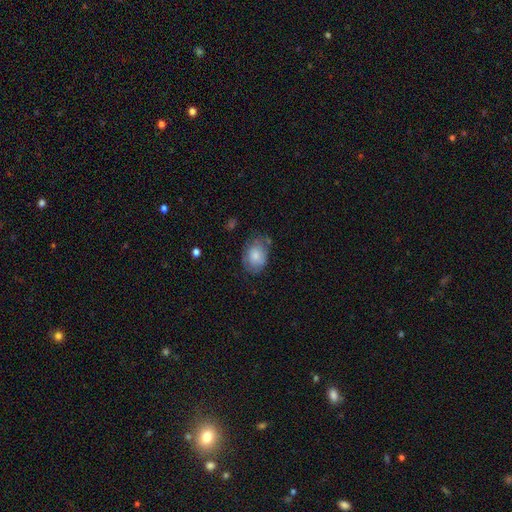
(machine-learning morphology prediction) Smooth or featured? smooth (75%)
How rounded? in between (76%)
Merging? none (61%)